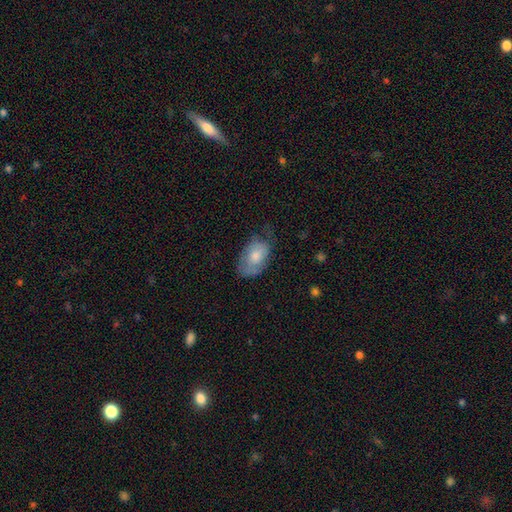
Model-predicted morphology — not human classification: Smooth or featured? smooth (66%)
How rounded? in between (91%)
Merging? none (51%)